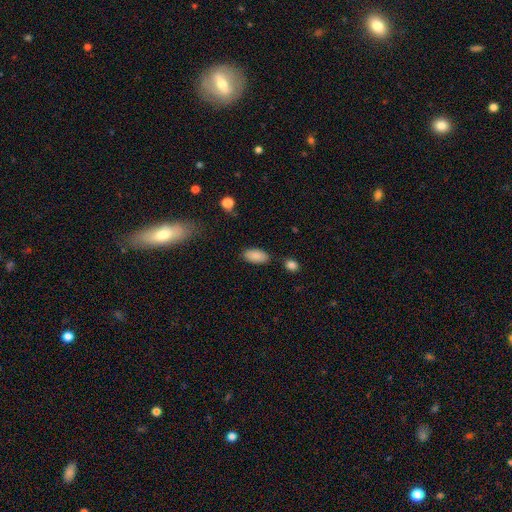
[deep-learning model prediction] Smooth or featured: smooth — 88% (star or artifact — 7%)
How rounded: in between — 94% (cigar-shaped — 4%)
Merging: none — 82% (minor disturbance — 12%)